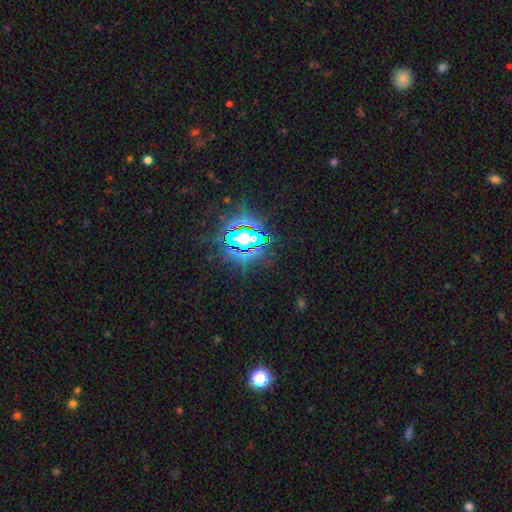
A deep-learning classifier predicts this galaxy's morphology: A star or artifact, not a galaxy (84%).

Vote fractions:
- Smooth or featured? star or artifact: 84% / smooth: 10% / featured or disk: 6%